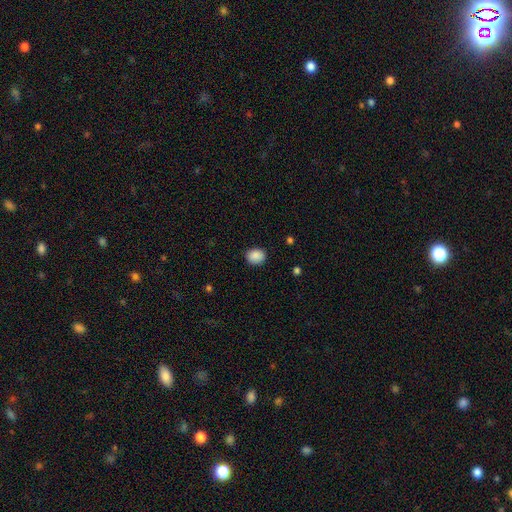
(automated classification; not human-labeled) This appears to be a smooth galaxy with no disk features (89%) that is round (50%). Merging: none (87%).